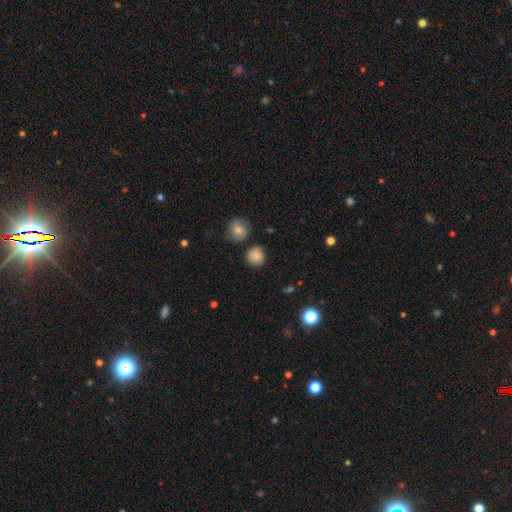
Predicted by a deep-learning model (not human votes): A smooth galaxy with no disk features (83%) that is round (87%).

Vote fractions:
- Smooth or featured? smooth: 83% / star or artifact: 10% / featured or disk: 7%
- How rounded? round: 87% / in between: 12% / cigar-shaped: 1%
- Merging? none: 77% / minor disturbance: 14% / merger: 5% / major disturbance: 4%